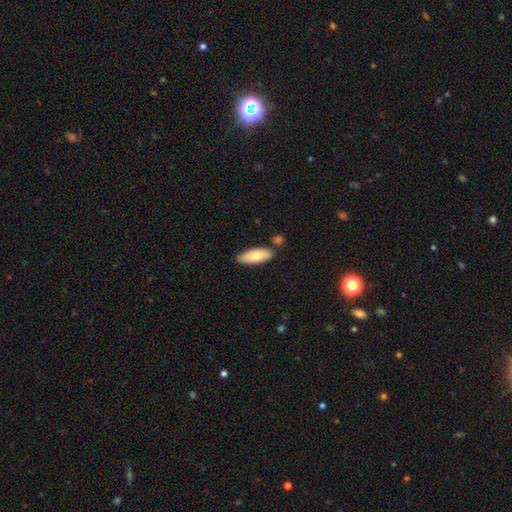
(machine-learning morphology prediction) The model was most divided on "smooth or featured": smooth: 72%, featured or disk: 21%, star or artifact: 6%. More confident: merging — none (79%); how rounded — in between (75%).